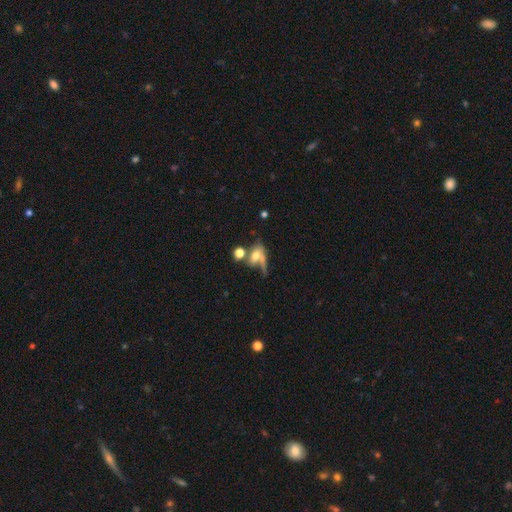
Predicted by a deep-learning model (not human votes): Smooth or featured?
  - smooth: 56% *
  - featured or disk: 31%
  - star or artifact: 13%
How rounded?
  - in between: 58% *
  - round: 29%
  - cigar-shaped: 13%
Merging?
  - merger: 36% *
  - none: 29%
  - major disturbance: 21%
  - minor disturbance: 14%